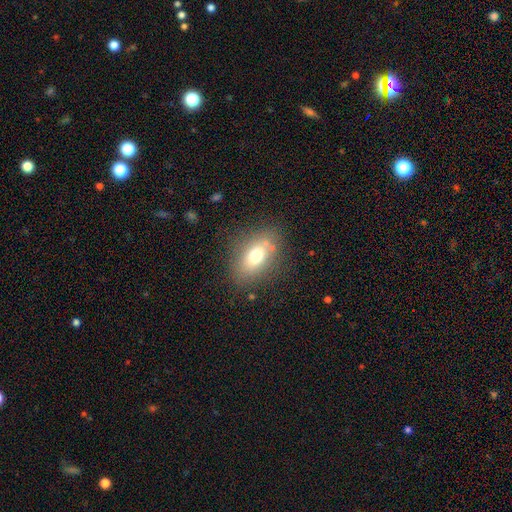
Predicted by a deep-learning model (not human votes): Smooth or featured?
  - smooth: 70% *
  - featured or disk: 19%
  - star or artifact: 11%
How rounded?
  - in between: 81% *
  - round: 15%
  - cigar-shaped: 4%
Merging?
  - none: 78% *
  - minor disturbance: 13%
  - major disturbance: 5%
  - merger: 4%